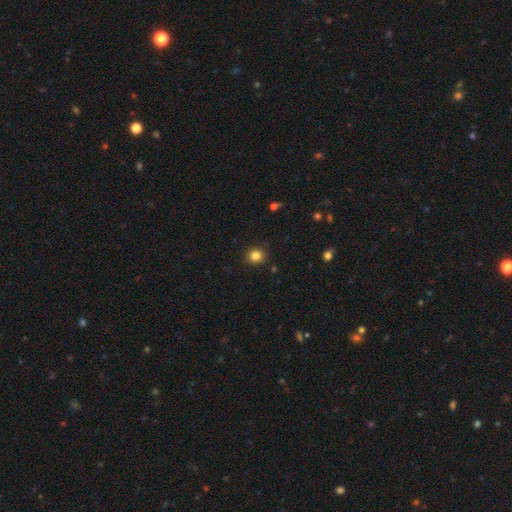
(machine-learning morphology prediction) smooth-or-featured: smooth: 83% | star or artifact: 12% | featured or disk: 5%
  how-rounded: round: 88% | in between: 11% | cigar-shaped: 1%
  merging: none: 90% | minor disturbance: 7% | major disturbance: 2% | merger: 1%